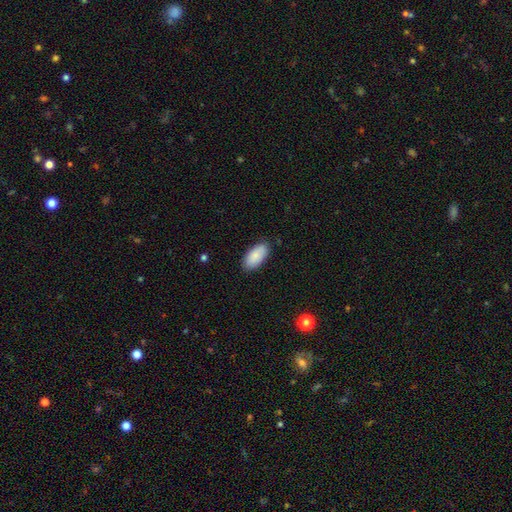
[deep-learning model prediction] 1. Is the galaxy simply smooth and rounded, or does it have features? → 87% smooth, 6% featured or disk, 6% star or artifact.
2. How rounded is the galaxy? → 93% in between, 5% cigar-shaped, 2% round.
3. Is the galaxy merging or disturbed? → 84% none, 12% minor disturbance, 2% major disturbance, 1% merger.